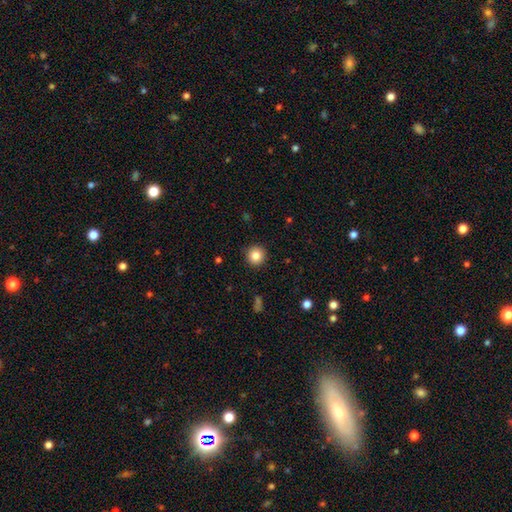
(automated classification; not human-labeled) A smooth galaxy with no disk features (84%) that is round (95%). Merging: none (92%).